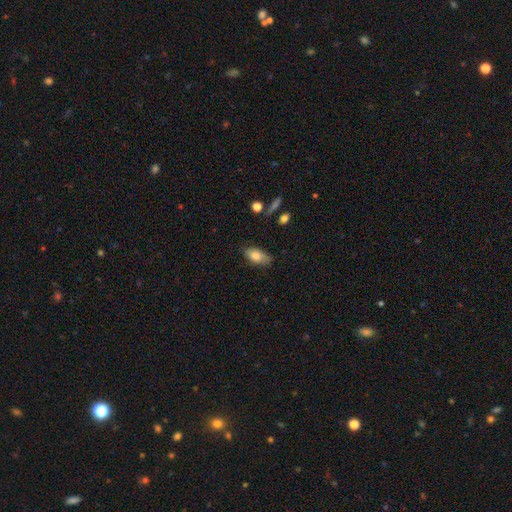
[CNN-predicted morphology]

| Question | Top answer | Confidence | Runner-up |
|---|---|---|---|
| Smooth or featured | smooth | 78% | featured or disk (14%) |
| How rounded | in between | 91% | cigar-shaped (5%) |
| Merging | none | 72% | minor disturbance (23%) |